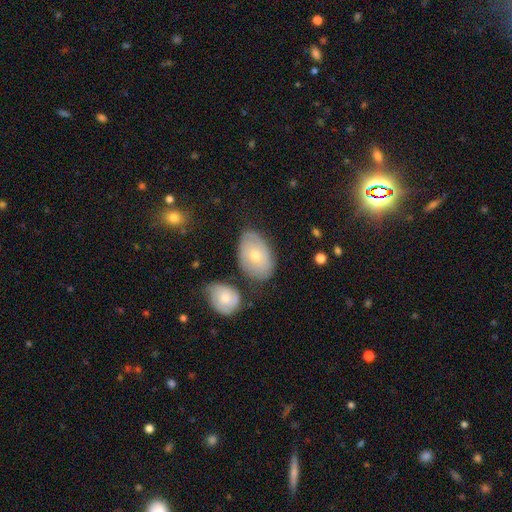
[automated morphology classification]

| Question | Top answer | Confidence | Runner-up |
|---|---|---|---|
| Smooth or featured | smooth | 59% | featured or disk (34%) |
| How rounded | in between | 86% | round (13%) |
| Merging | none | 66% | minor disturbance (20%) |